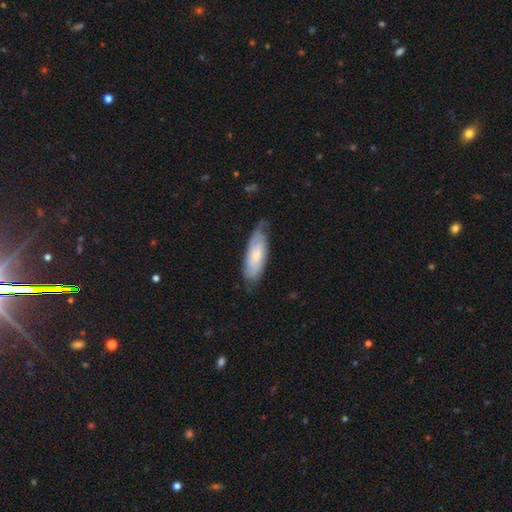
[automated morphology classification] smooth_or_featured: smooth (p=0.63) [alt: featured or disk p=0.31]
how_rounded: in between (p=0.65) [alt: cigar-shaped p=0.33]
merging: none (p=0.58) [alt: minor disturbance p=0.31]